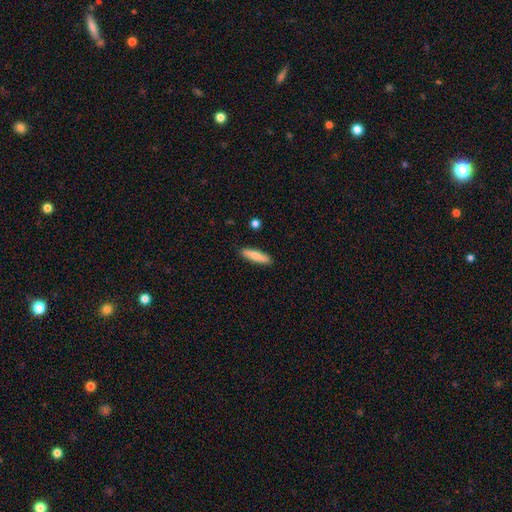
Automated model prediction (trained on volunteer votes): Q: Smooth or featured?
A: smooth (74%); runner-up: featured or disk (21%)
Q: How rounded?
A: cigar-shaped (71%); runner-up: in between (27%)
Q: Merging?
A: none (89%); runner-up: minor disturbance (8%)